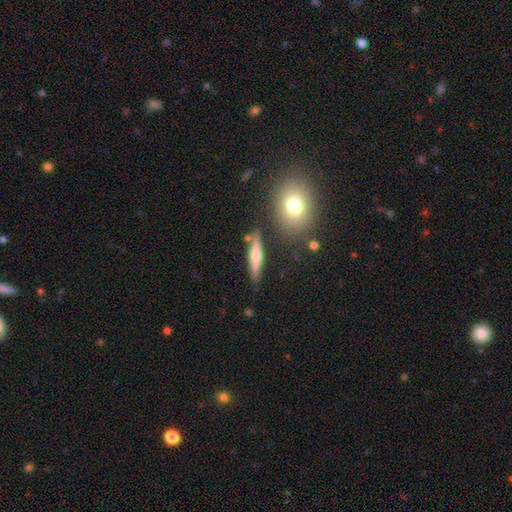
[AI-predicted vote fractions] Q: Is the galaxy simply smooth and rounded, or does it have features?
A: smooth — 47%.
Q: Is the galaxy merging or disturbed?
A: none — 78%.